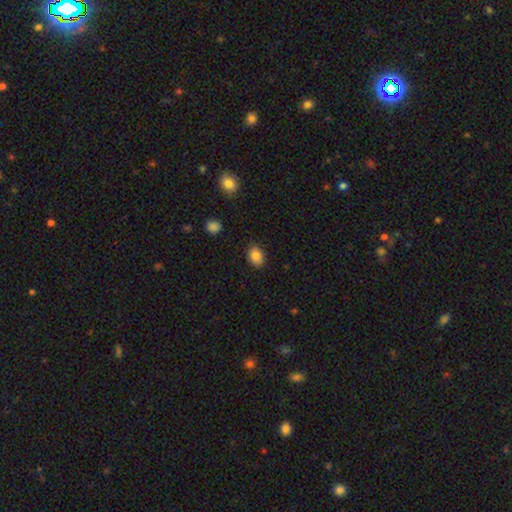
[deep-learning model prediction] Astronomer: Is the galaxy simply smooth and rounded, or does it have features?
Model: smooth — 86%.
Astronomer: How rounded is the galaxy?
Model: in between — 75%.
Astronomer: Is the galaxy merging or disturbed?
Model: none — 85%.